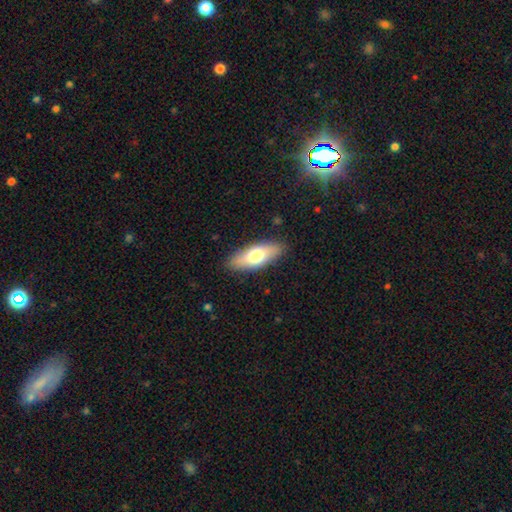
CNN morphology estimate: smooth-or-featured: smooth: 67% | featured or disk: 27% | star or artifact: 6%
  how-rounded: in between: 71% | cigar-shaped: 26% | round: 3%
  merging: none: 87% | minor disturbance: 10% | major disturbance: 2% | merger: 1%